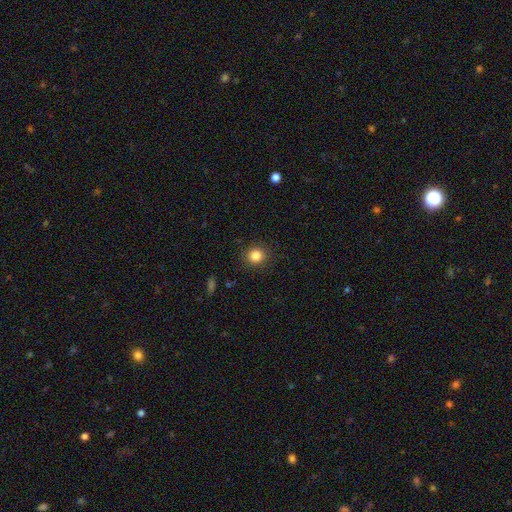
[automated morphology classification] smooth_or_featured: smooth (p=0.84) [alt: star or artifact p=0.11]
how_rounded: round (p=0.90) [alt: in between p=0.09]
merging: none (p=0.90) [alt: minor disturbance p=0.06]